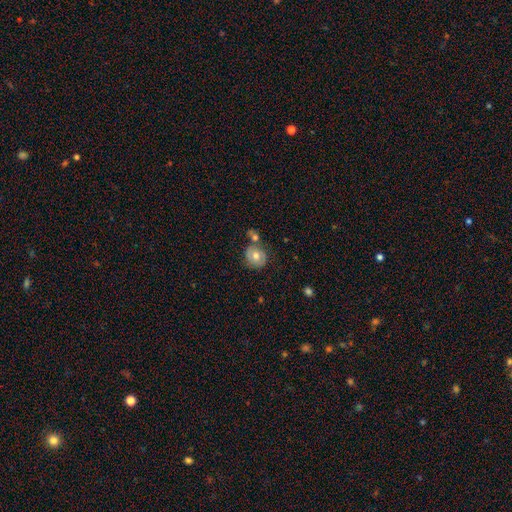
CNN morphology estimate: The model was most divided on "smooth or featured": smooth: 58%, featured or disk: 34%, star or artifact: 8%. More confident: how rounded — round (81%); merging — none (56%).